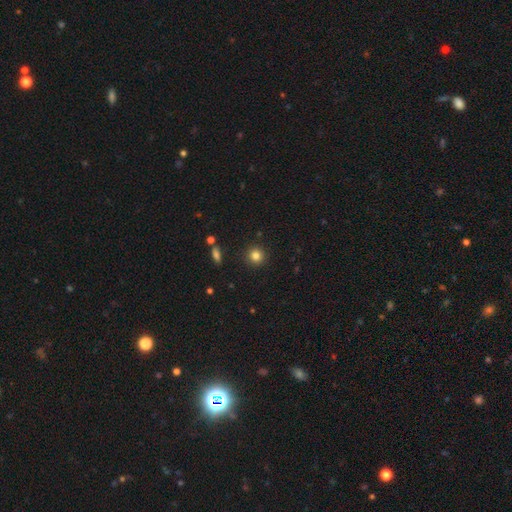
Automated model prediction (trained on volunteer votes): The model was most divided on "smooth or featured": smooth: 82%, star or artifact: 12%, featured or disk: 6%. More confident: how rounded — round (93%); merging — none (91%).